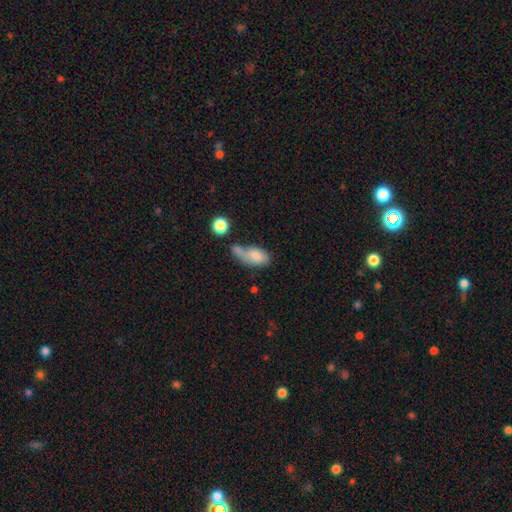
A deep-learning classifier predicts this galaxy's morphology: smooth_or_featured: smooth (p=0.74) [alt: featured or disk p=0.17]
how_rounded: in between (p=0.87) [alt: round p=0.09]
merging: merger (p=0.42) [alt: none p=0.23]